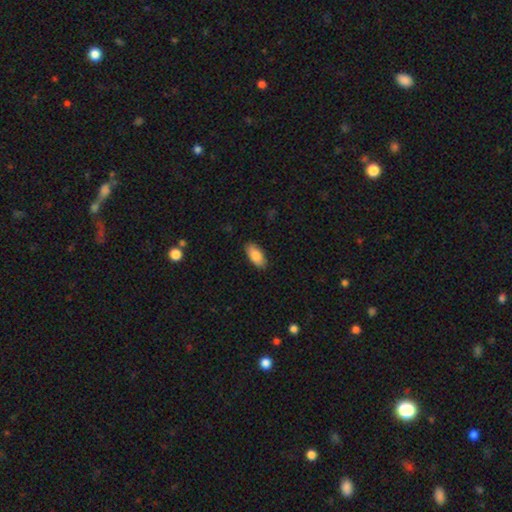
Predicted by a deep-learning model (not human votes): Smooth or featured: smooth — 87% (featured or disk — 7%)
How rounded: in between — 90% (cigar-shaped — 8%)
Merging: none — 88% (minor disturbance — 9%)